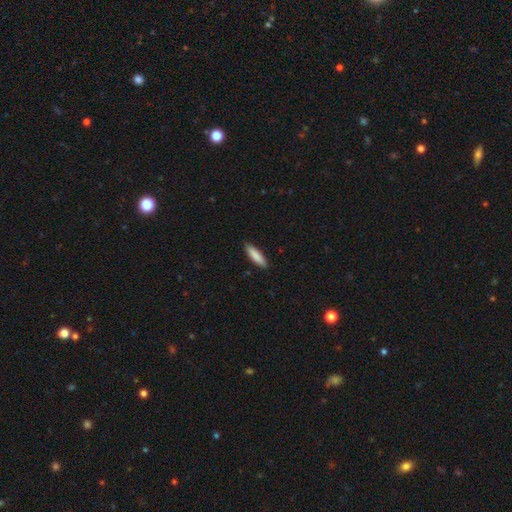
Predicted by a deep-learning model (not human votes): A smooth galaxy with no disk features (87%) that is cigar-shaped (69%).

Vote fractions:
- Smooth or featured? smooth: 87% / featured or disk: 8% / star or artifact: 5%
- How rounded? cigar-shaped: 69% / in between: 30% / round: 1%
- Merging? none: 89% / minor disturbance: 9% / major disturbance: 2% / merger: 1%